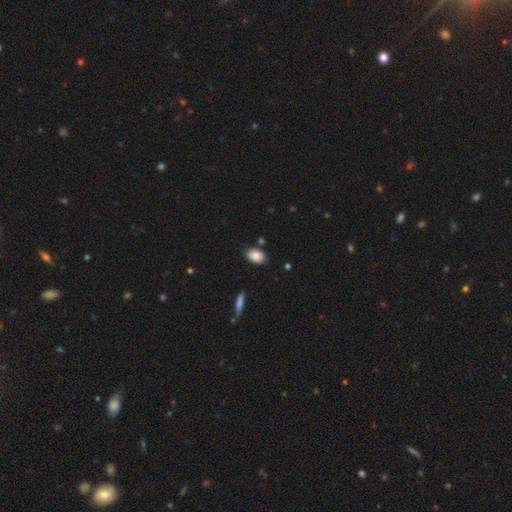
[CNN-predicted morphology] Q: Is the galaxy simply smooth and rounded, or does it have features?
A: smooth — 88%.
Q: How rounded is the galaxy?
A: in between — 86%.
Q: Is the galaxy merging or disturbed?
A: none — 82%.